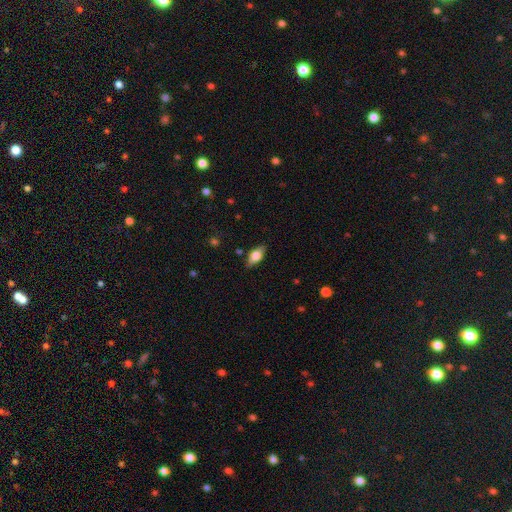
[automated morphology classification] This appears to be a smooth galaxy with no disk features (69%) that is in between round and cigar-shaped (85%). Merging: none (84%).